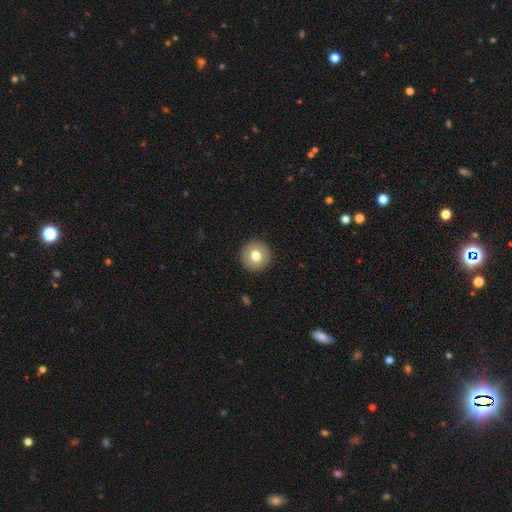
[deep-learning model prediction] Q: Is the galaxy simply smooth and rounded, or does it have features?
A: smooth — 75%.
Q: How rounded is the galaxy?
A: round — 95%.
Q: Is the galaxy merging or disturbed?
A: none — 93%.